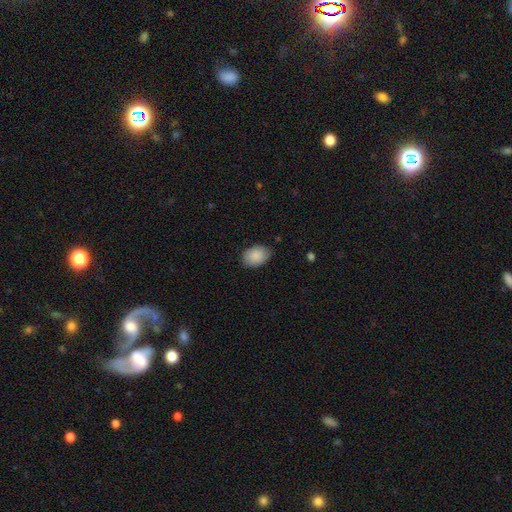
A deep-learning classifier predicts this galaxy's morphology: smooth_or_featured: smooth (p=0.89) [alt: star or artifact p=0.06]
how_rounded: in between (p=0.83) [alt: round p=0.16]
merging: none (p=0.78) [alt: minor disturbance p=0.18]